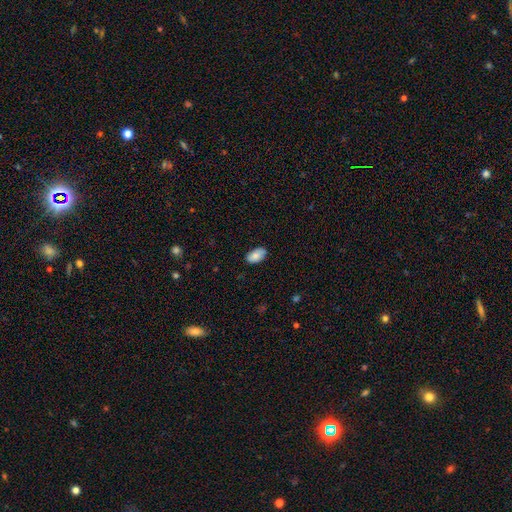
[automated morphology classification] The model was most divided on "merging": none: 83%, minor disturbance: 14%, major disturbance: 2%, merger: 1%. More confident: how rounded — in between (94%); smooth or featured — smooth (83%).